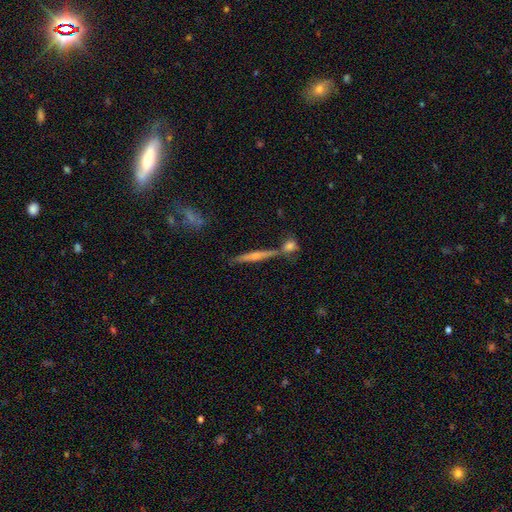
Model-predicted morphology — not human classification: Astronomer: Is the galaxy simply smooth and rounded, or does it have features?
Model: featured or disk — 57% (runner-up: smooth, 35%).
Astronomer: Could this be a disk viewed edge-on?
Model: yes — 94%.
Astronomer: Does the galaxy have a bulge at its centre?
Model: rounded — 59%.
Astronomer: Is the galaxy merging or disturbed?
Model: none — 66%.